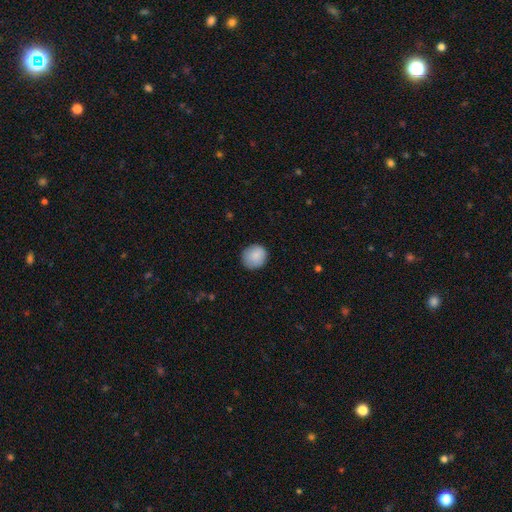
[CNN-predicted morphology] Q: Smooth or featured?
A: smooth (87%); runner-up: star or artifact (7%)
Q: How rounded?
A: round (88%); runner-up: in between (11%)
Q: Merging?
A: none (85%); runner-up: minor disturbance (12%)